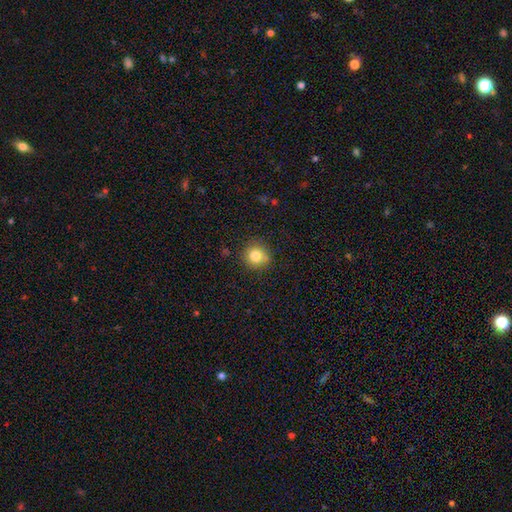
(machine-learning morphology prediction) This is clearly a smooth galaxy (81%). How rounded: clearly round (92%). Merging: clearly none (85%).